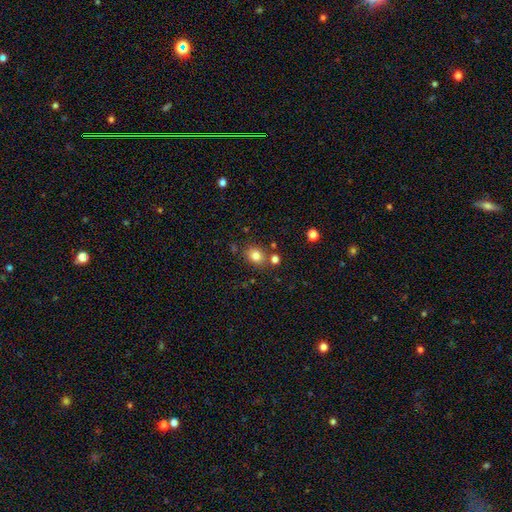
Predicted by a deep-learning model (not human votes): A smooth galaxy with no disk features (81%) that is round (54%). Merging: none (76%).